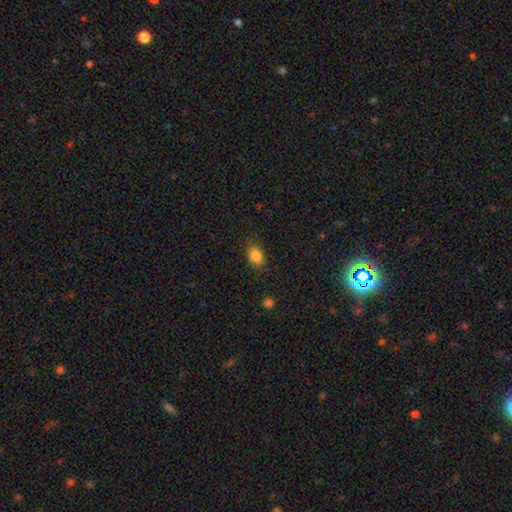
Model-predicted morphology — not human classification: smooth-or-featured: smooth: 84% | star or artifact: 10% | featured or disk: 6%
  how-rounded: in between: 75% | round: 23% | cigar-shaped: 2%
  merging: none: 80% | minor disturbance: 15% | major disturbance: 4% | merger: 1%